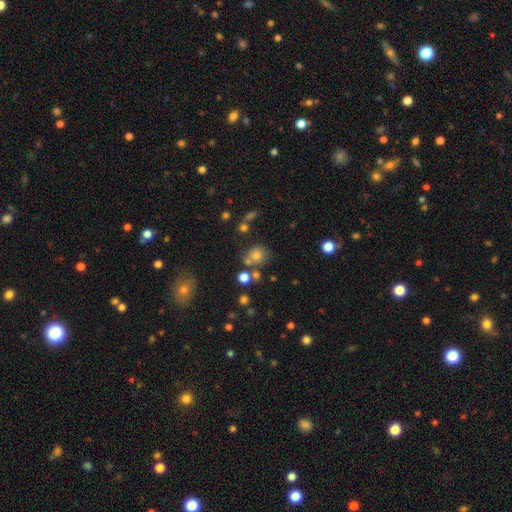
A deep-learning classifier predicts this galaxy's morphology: Overall: smooth (69%). How rounded: round (82%). Merging: none (69%).